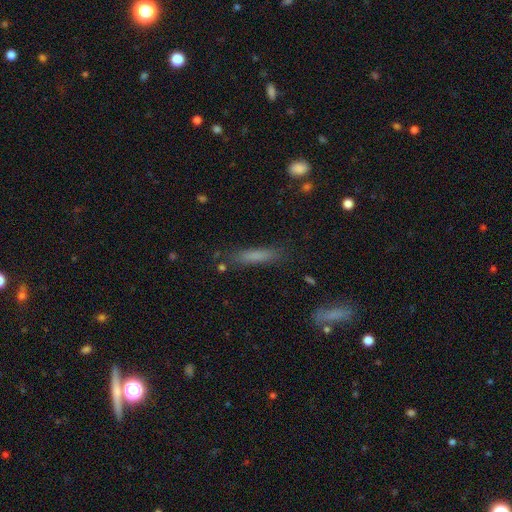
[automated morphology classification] Overall: smooth (74%). How rounded: cigar-shaped (86%). Merging: none (80%).